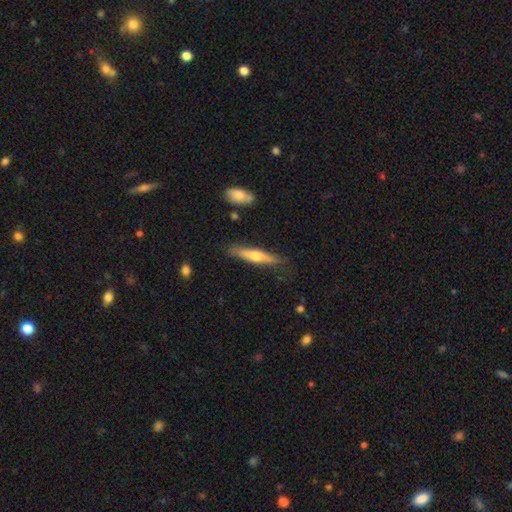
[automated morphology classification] smooth_or_featured: featured or disk (p=0.49) [alt: smooth p=0.46]
merging: none (p=0.79) [alt: minor disturbance p=0.15]